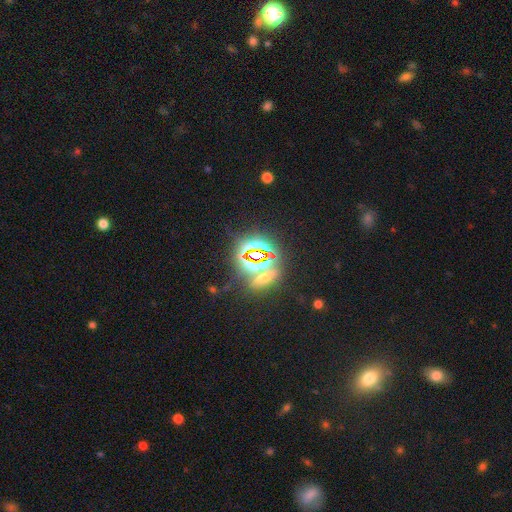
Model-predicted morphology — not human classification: Q: Smooth or featured?
A: star or artifact (74%); runner-up: smooth (17%)